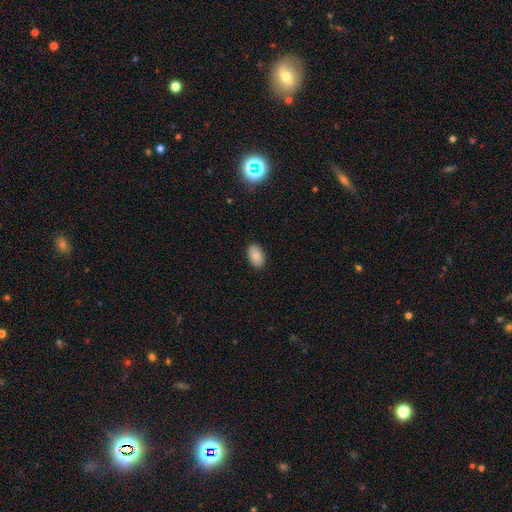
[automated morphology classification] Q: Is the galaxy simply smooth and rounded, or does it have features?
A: smooth — 81%.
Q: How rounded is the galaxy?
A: in between — 91%.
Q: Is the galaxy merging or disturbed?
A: none — 88%.